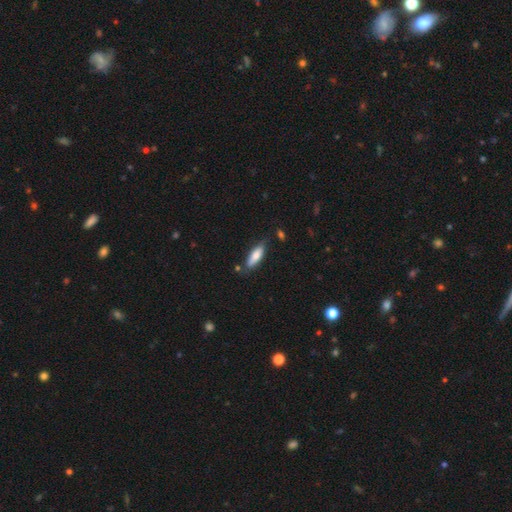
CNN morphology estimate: Smooth or featured?
  - smooth: 74% *
  - featured or disk: 20%
  - star or artifact: 6%
How rounded?
  - in between: 54% *
  - cigar-shaped: 44%
  - round: 2%
Merging?
  - none: 73% *
  - minor disturbance: 18%
  - merger: 5%
  - major disturbance: 4%